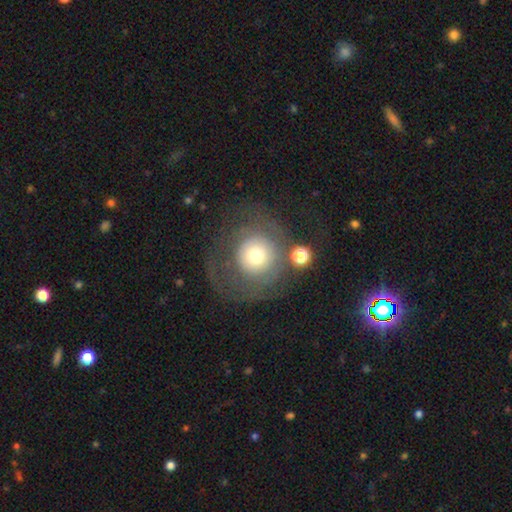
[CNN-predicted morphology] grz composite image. It shows a smooth galaxy with no disk features (52%) that is round (91%). Merging: none (53%).